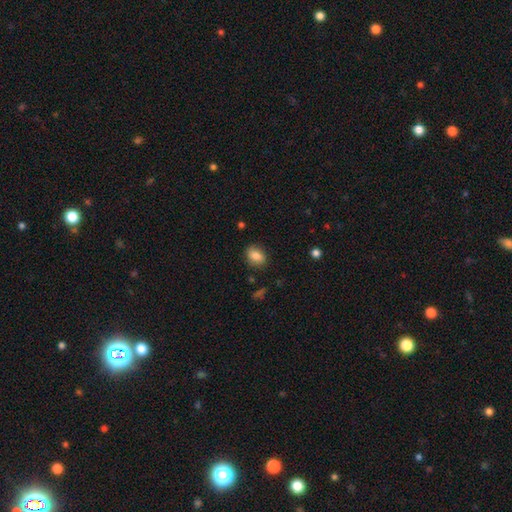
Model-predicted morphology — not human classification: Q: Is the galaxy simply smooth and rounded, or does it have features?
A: smooth — 83%.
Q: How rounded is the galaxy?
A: in between — 73%.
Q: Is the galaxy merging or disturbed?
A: none — 83%.